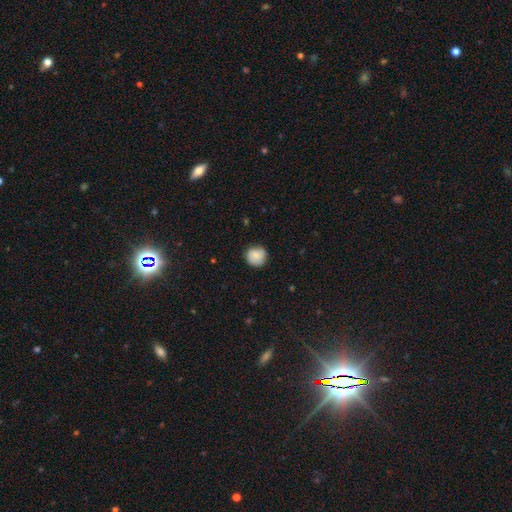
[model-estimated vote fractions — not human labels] Smooth or featured? Predicted: smooth (p=0.81). How rounded? Predicted: round (p=0.91). Merging? Predicted: none (p=0.81).